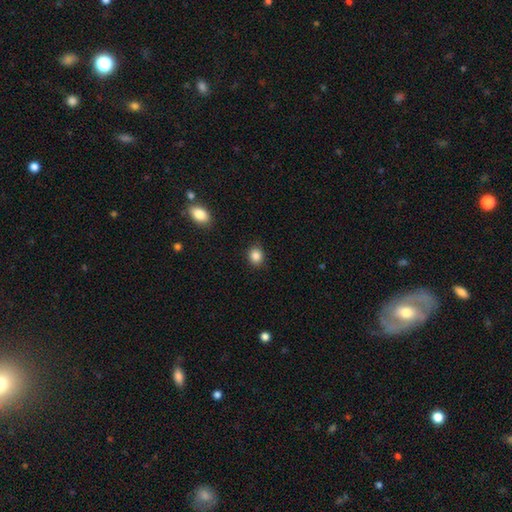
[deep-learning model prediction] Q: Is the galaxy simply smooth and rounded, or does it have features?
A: smooth — 87%.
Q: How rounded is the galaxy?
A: round — 72%.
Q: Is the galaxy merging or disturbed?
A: none — 87%.